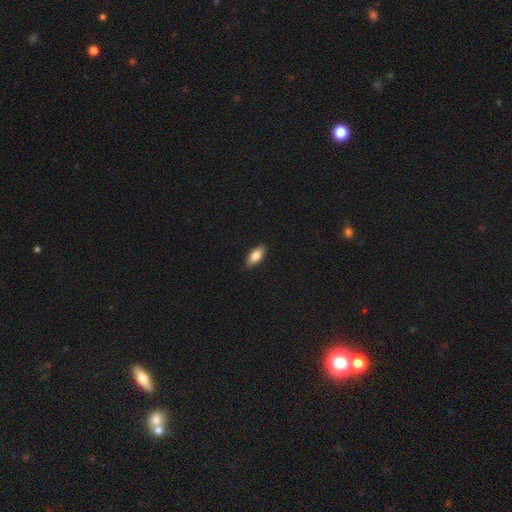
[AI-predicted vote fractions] Overall: smooth (80%). How rounded: in between (83%). Merging: none (88%).